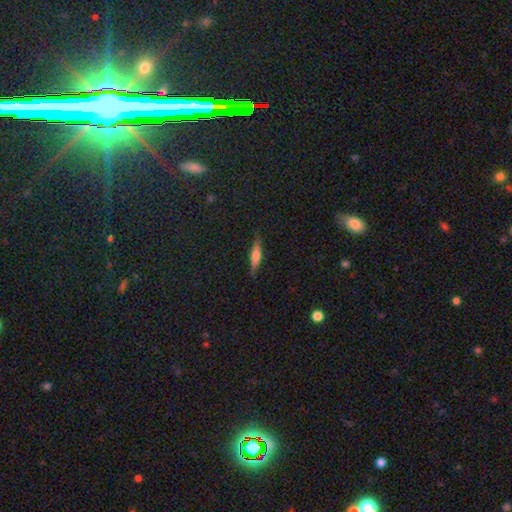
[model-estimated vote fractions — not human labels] smooth-or-featured: smooth: 48% | featured or disk: 44% | star or artifact: 8%
  merging: none: 85% | minor disturbance: 11% | major disturbance: 2% | merger: 1%